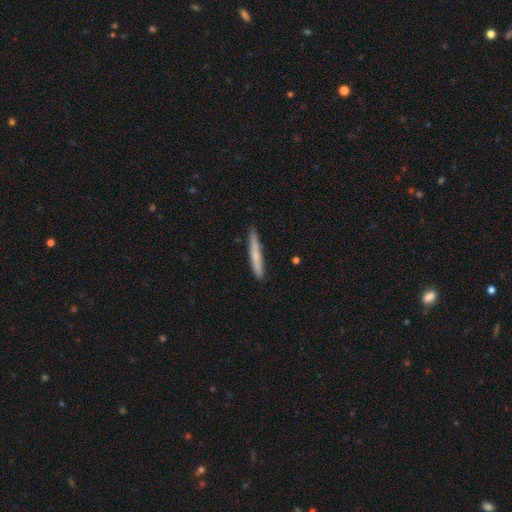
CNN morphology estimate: smooth_or_featured: smooth (p=0.67) [alt: featured or disk p=0.27]
how_rounded: cigar-shaped (p=0.96) [alt: in between p=0.03]
merging: none (p=0.88) [alt: minor disturbance p=0.09]